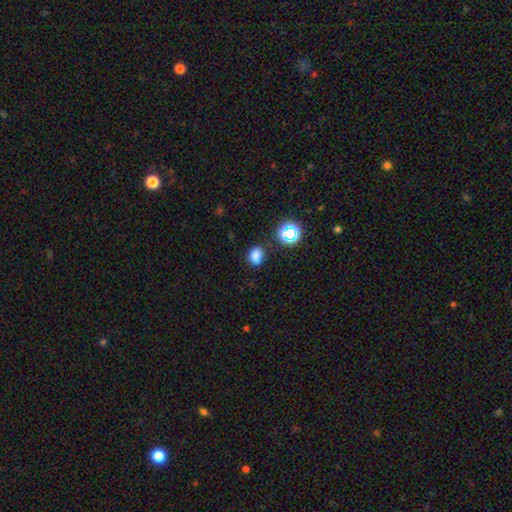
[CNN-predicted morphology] Smooth or featured? Predicted: smooth (p=0.76). How rounded? Predicted: in between (p=0.59). Merging? Predicted: none (p=0.76).